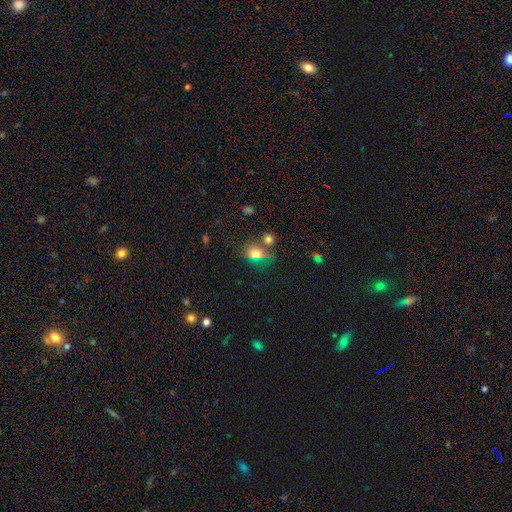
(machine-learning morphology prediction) Smooth or featured: smooth — 69% (star or artifact — 20%)
How rounded: in between — 57% (round — 38%)
Merging: none — 54% (merger — 21%)